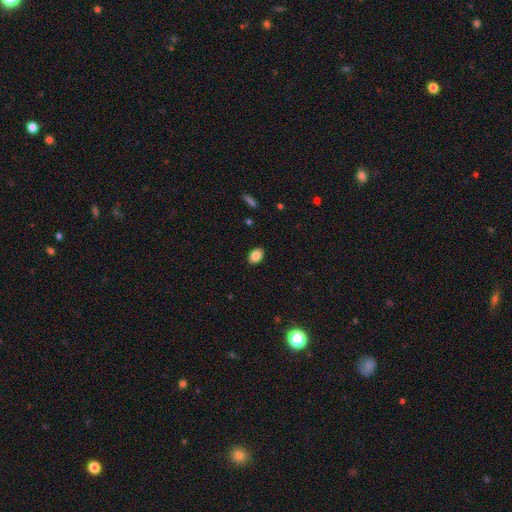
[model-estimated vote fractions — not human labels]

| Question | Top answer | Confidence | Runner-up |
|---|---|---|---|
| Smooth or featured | smooth | 86% | star or artifact (8%) |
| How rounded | in between | 81% | round (18%) |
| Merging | none | 89% | minor disturbance (8%) |